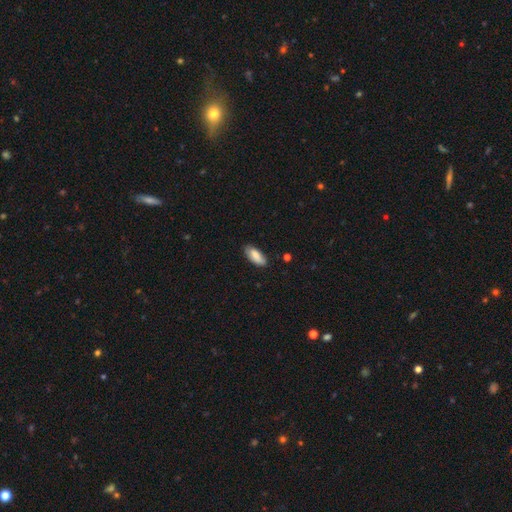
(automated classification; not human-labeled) This appears to be a smooth galaxy with no disk features (84%) that is in between round and cigar-shaped (84%). Merging: none (78%).